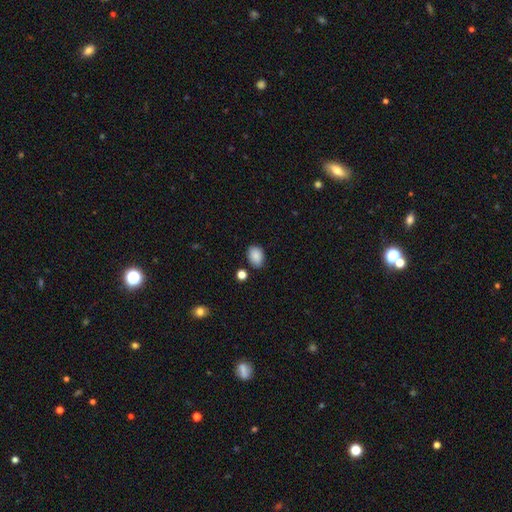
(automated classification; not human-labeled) Overall: smooth (87%). How rounded: in between (79%). Merging: none (77%).